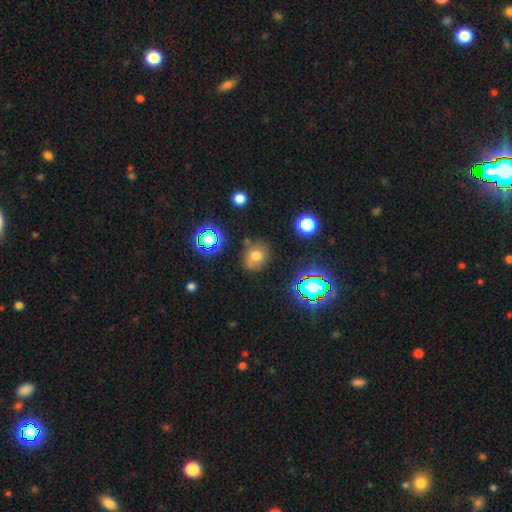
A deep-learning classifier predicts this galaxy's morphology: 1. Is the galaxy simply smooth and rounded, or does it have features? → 61% smooth, 23% star or artifact, 16% featured or disk.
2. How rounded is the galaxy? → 60% round, 39% in between, 1% cigar-shaped.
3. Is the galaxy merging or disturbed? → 65% none, 21% minor disturbance, 8% major disturbance, 7% merger.